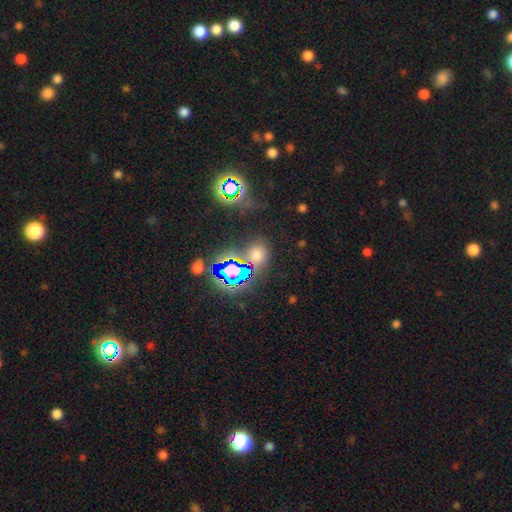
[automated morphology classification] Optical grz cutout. It shows a smooth galaxy with no disk features (50%) that is round (77%). Merging: none (74%).